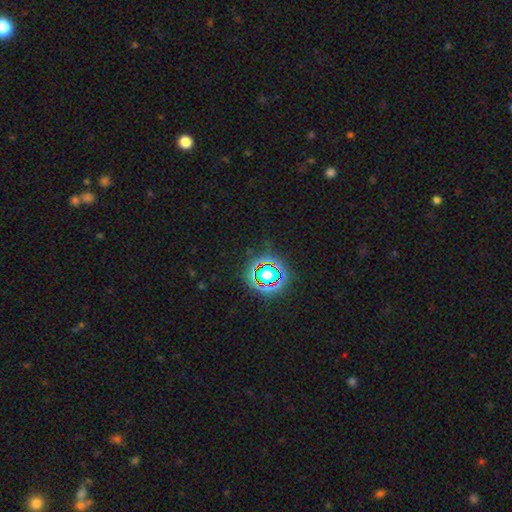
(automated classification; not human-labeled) star or artifact 75%, smooth 18%, featured or disk 7%.